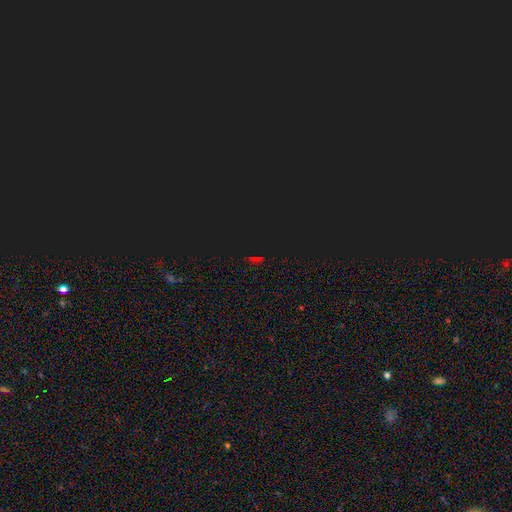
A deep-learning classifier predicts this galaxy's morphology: star or artifact 73%, smooth 19%, featured or disk 8%.